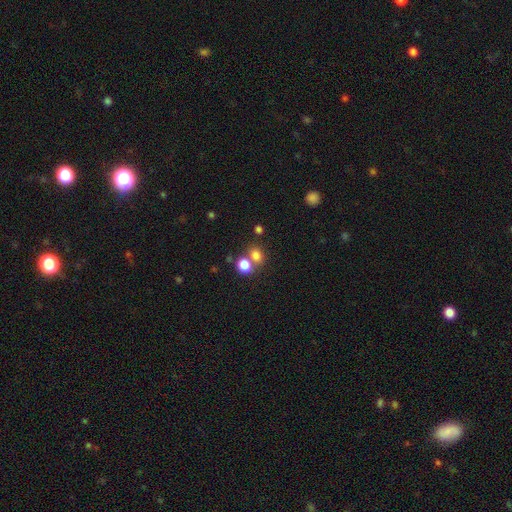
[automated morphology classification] This appears to be a smooth galaxy with no disk features (78%) that is round (56%). Merging: none (50%).